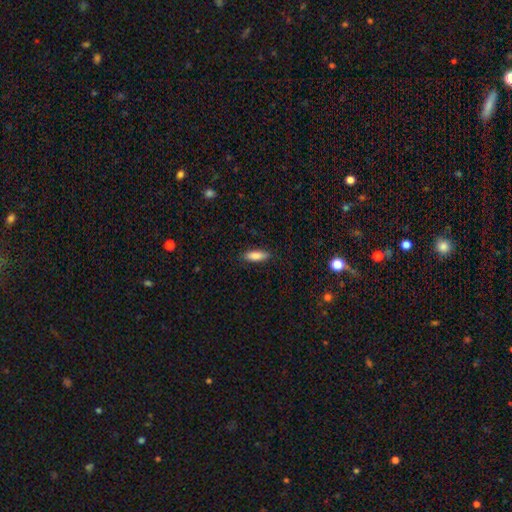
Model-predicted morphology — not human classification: Smooth or featured?
  - smooth: 85% *
  - featured or disk: 8%
  - star or artifact: 6%
How rounded?
  - in between: 57% *
  - cigar-shaped: 41%
  - round: 2%
Merging?
  - none: 87% *
  - minor disturbance: 10%
  - major disturbance: 2%
  - merger: 1%